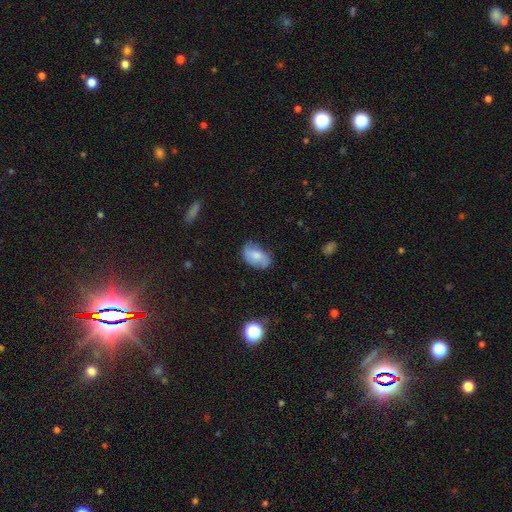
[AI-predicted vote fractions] This is likely a smooth galaxy (69%). How rounded: clearly in between (90%). Merging: likely none (64%).